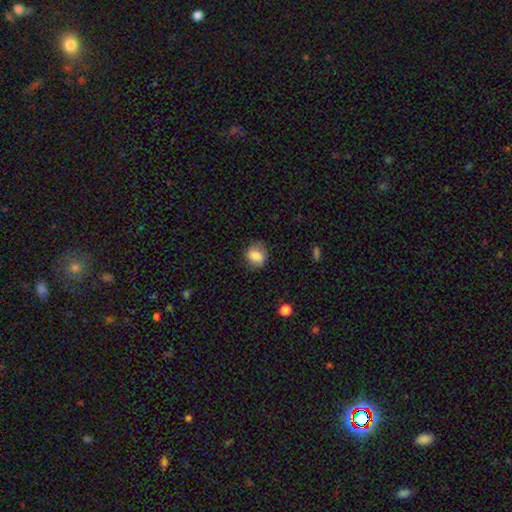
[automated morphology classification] type=smooth (83%); roundness=round (63%); merging=none (76%).